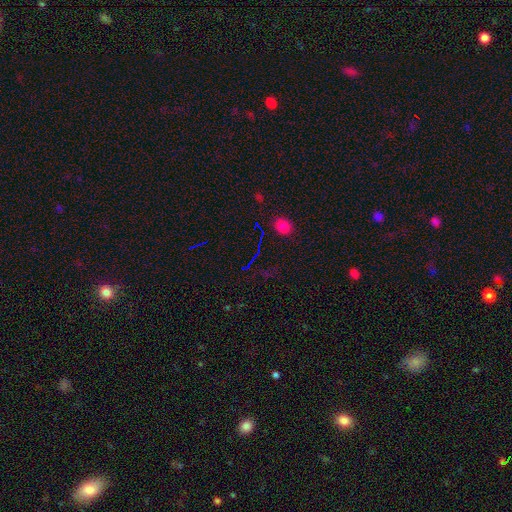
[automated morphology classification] star or artifact 67%, smooth 21%, featured or disk 12%.